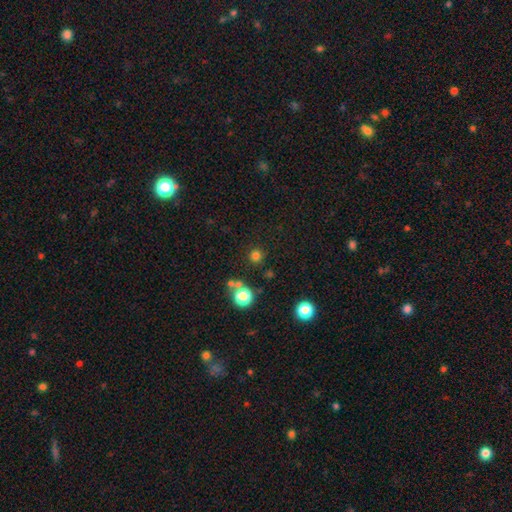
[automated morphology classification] The model was most divided on "smooth or featured": smooth: 75%, star or artifact: 19%, featured or disk: 5%. More confident: how rounded — round (95%); merging — none (85%).